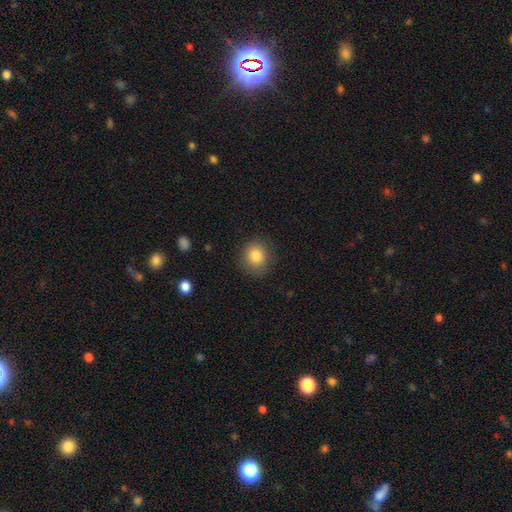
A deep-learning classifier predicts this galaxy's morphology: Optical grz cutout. It shows a smooth galaxy with no disk features (83%) that is round (78%). Merging: none (82%).